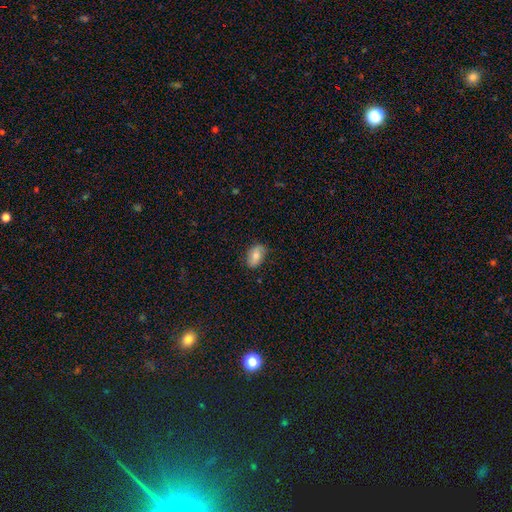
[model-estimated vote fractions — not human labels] Smooth or featured? Predicted: smooth (p=0.73). How rounded? Predicted: in between (p=0.89). Merging? Predicted: none (p=0.79).